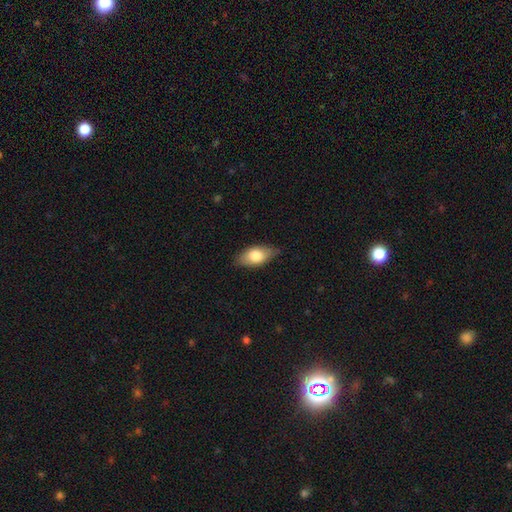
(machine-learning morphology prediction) Smooth or featured? Predicted: smooth (p=0.76). How rounded? Predicted: in between (p=0.89). Merging? Predicted: none (p=0.75).